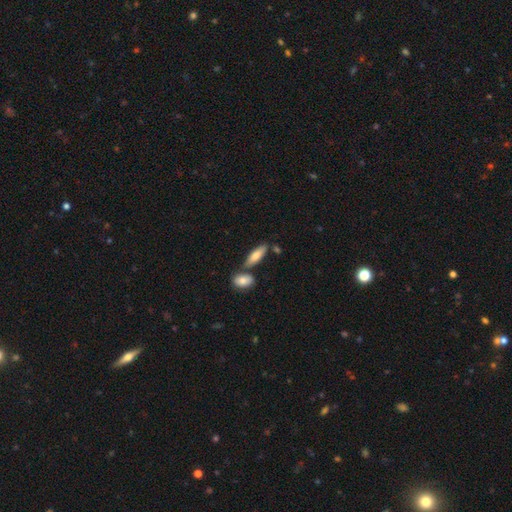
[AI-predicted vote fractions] Morphology: type=smooth (75%); roundness=in between (58%); merging=none (66%).